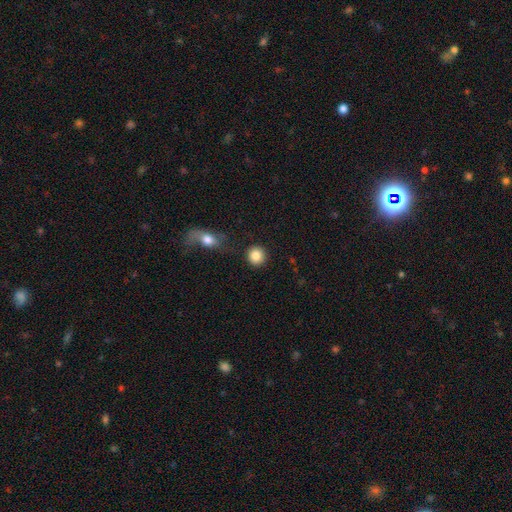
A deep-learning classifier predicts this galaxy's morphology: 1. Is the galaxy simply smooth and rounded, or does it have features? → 85% smooth, 8% star or artifact, 6% featured or disk.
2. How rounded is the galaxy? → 91% round, 8% in between, 1% cigar-shaped.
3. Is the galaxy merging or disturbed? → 85% none, 7% minor disturbance, 5% merger, 3% major disturbance.